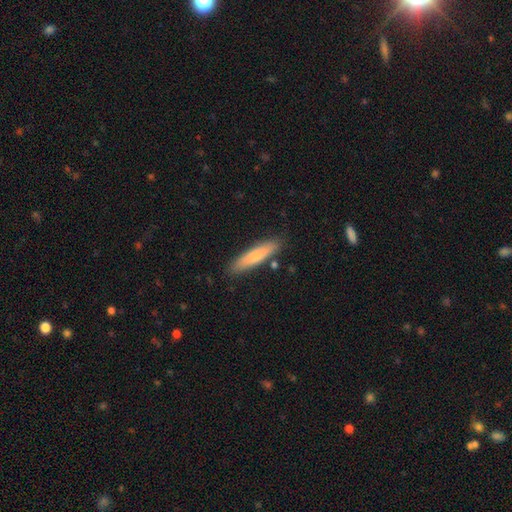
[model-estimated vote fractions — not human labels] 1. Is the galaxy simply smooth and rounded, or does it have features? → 75% smooth, 19% featured or disk, 6% star or artifact.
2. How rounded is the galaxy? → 82% cigar-shaped, 16% in between, 1% round.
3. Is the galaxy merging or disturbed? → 86% none, 10% minor disturbance, 2% merger, 2% major disturbance.